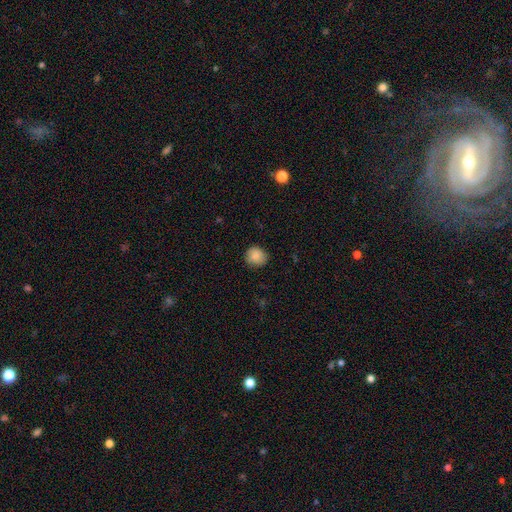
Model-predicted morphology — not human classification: Smooth or featured: smooth — 85% (star or artifact — 8%)
How rounded: round — 85% (in between — 14%)
Merging: none — 83% (minor disturbance — 13%)